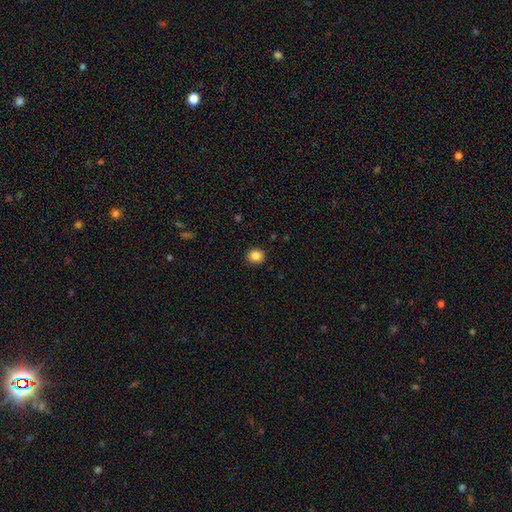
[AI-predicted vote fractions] Smooth or featured?
  - smooth: 85% *
  - star or artifact: 10%
  - featured or disk: 4%
How rounded?
  - round: 81% *
  - in between: 18%
  - cigar-shaped: 1%
Merging?
  - none: 91% *
  - minor disturbance: 6%
  - major disturbance: 2%
  - merger: 1%